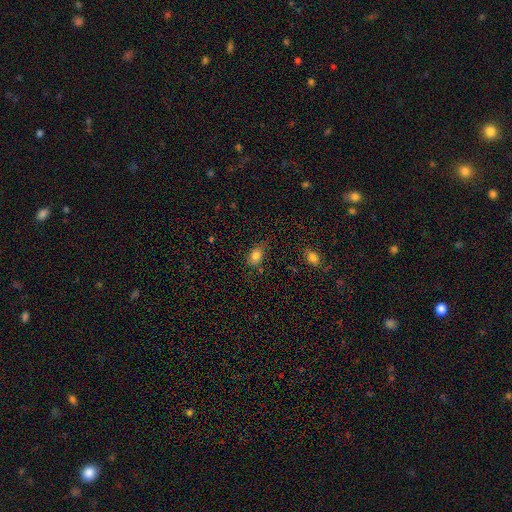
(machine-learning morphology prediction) Smooth or featured? smooth (81%)
How rounded? in between (75%)
Merging? none (71%)